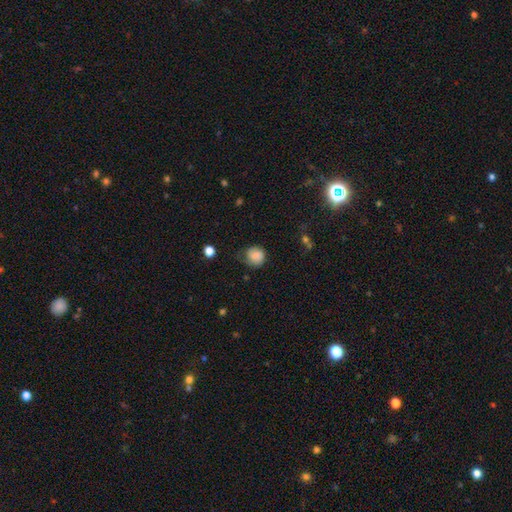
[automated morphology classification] smooth 78%, featured or disk 13%, star or artifact 9%. Down the decision tree: how rounded — round (82%); merging — none (57%).